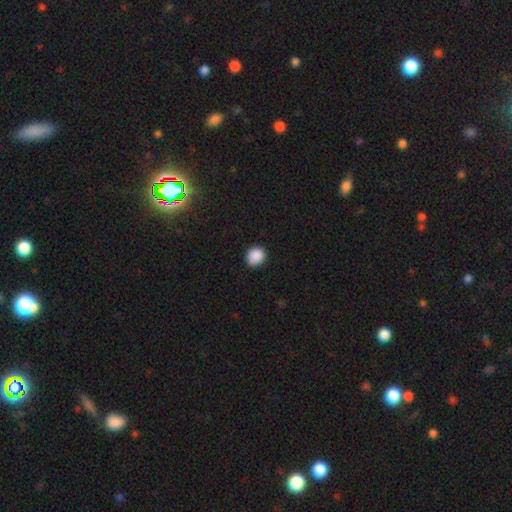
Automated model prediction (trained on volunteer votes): This is clearly a smooth galaxy (89%). How rounded: clearly round (82%). Merging: clearly none (85%).